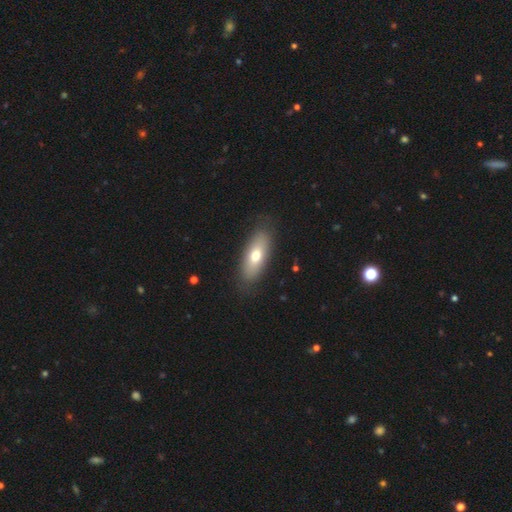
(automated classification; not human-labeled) smooth 69%, featured or disk 24%, star or artifact 7%. Down the decision tree: how rounded — in between (78%); merging — none (84%).